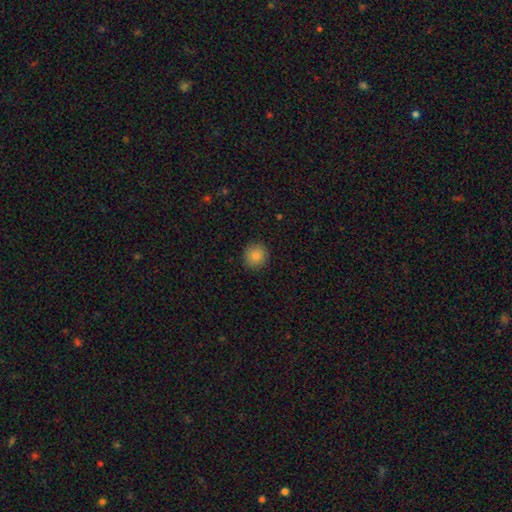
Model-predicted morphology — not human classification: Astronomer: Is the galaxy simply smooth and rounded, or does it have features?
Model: smooth — 87%.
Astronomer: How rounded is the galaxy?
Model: round — 90%.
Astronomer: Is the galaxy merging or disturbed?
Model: none — 90%.